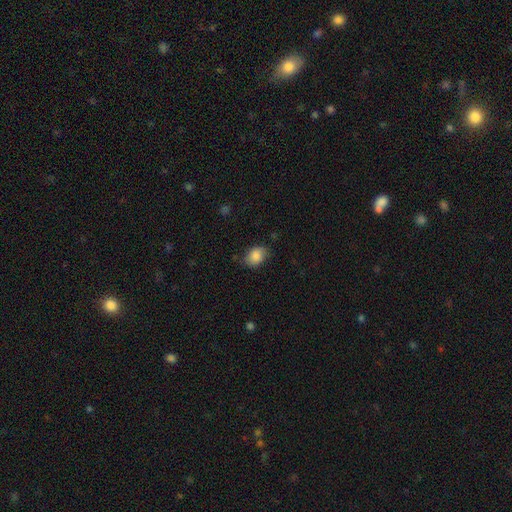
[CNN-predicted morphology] A smooth galaxy with no disk features (86%) that is in between round and cigar-shaped (72%).

Vote fractions:
- Smooth or featured? smooth: 86% / star or artifact: 8% / featured or disk: 6%
- How rounded? in between: 72% / round: 27% / cigar-shaped: 1%
- Merging? none: 75% / minor disturbance: 19% / major disturbance: 5% / merger: 1%